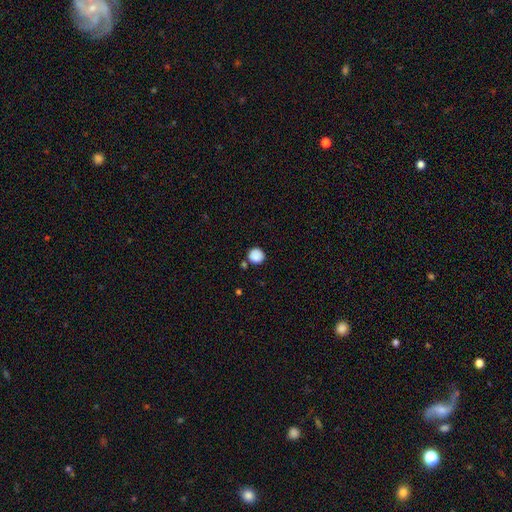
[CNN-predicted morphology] type=smooth (87%); roundness=round (91%); merging=none (80%).